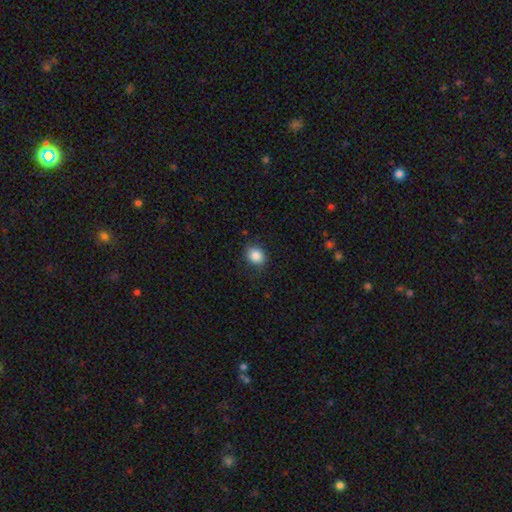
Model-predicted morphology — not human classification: This is clearly a smooth galaxy (86%). How rounded: likely round (64%). Merging: clearly none (83%).